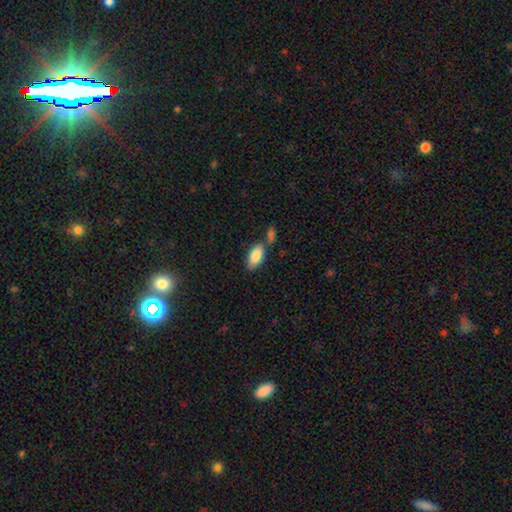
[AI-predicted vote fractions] smooth 85%, featured or disk 9%, star or artifact 7%. Down the decision tree: how rounded — in between (91%); merging — none (59%).